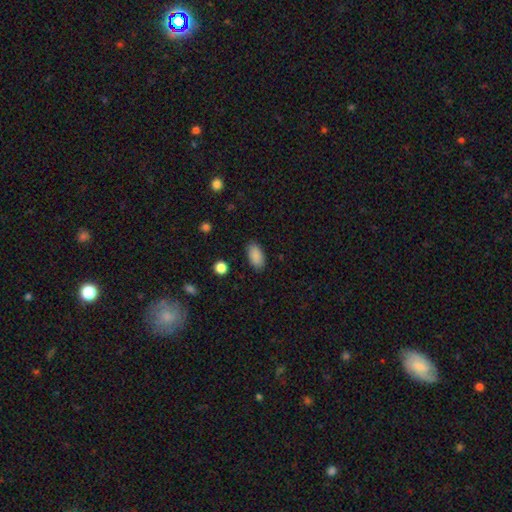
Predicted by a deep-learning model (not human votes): Q: Smooth or featured?
A: smooth (89%); runner-up: star or artifact (7%)
Q: How rounded?
A: in between (93%); runner-up: cigar-shaped (4%)
Q: Merging?
A: none (87%); runner-up: minor disturbance (9%)